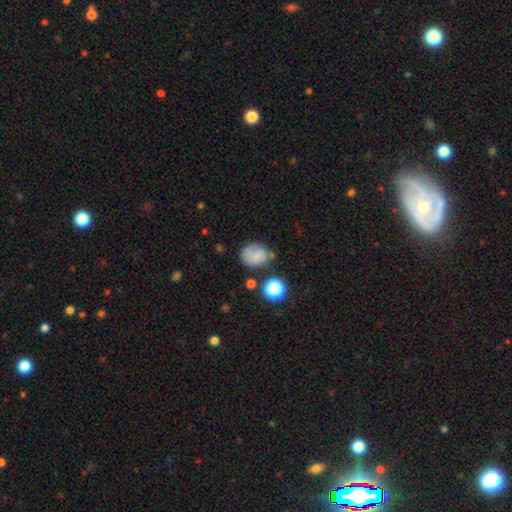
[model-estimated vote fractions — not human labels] Smooth or featured: smooth — 69% (featured or disk — 19%)
How rounded: round — 55% (in between — 44%)
Merging: none — 61% (minor disturbance — 24%)